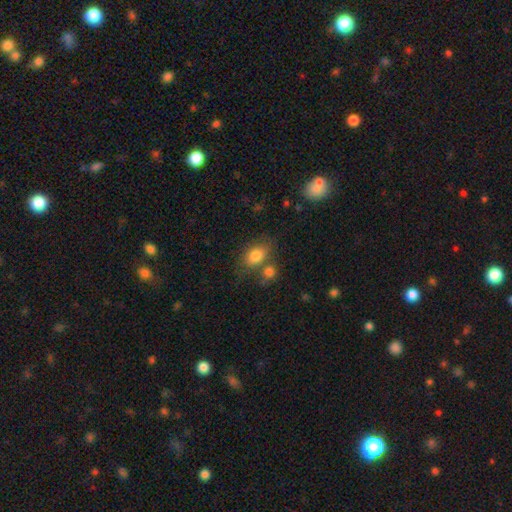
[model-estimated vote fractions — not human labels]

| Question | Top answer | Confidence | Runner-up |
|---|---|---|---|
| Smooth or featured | smooth | 81% | featured or disk (10%) |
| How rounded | in between | 80% | round (18%) |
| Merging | none | 55% | merger (25%) |